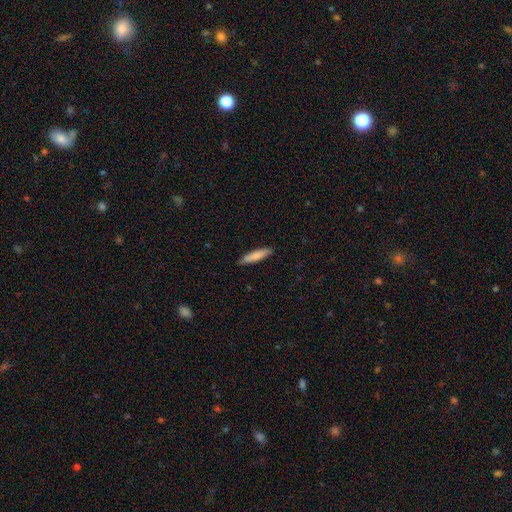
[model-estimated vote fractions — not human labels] A smooth galaxy with no disk features (80%) that is cigar-shaped (84%).

Vote fractions:
- Smooth or featured? smooth: 80% / featured or disk: 14% / star or artifact: 6%
- How rounded? cigar-shaped: 84% / in between: 15% / round: 1%
- Merging? none: 90% / minor disturbance: 8% / major disturbance: 2% / merger: 1%